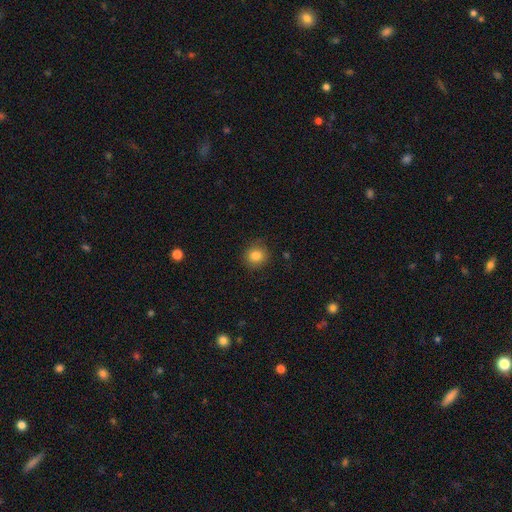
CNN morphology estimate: A smooth galaxy with no disk features (84%) that is round (89%). Merging: none (87%).